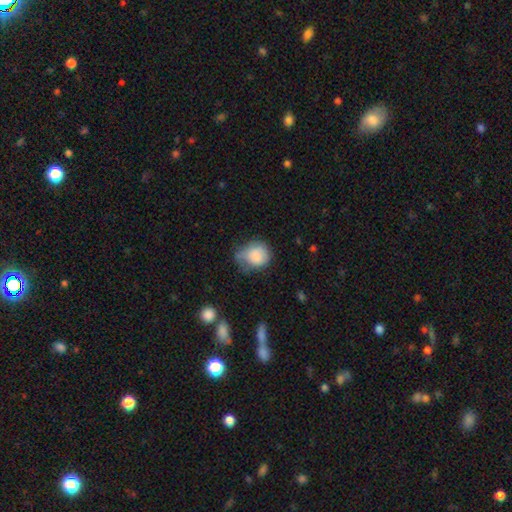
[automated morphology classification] This is clearly a smooth galaxy (82%). How rounded: likely round (68%). Merging: marginally minor disturbance (42%).